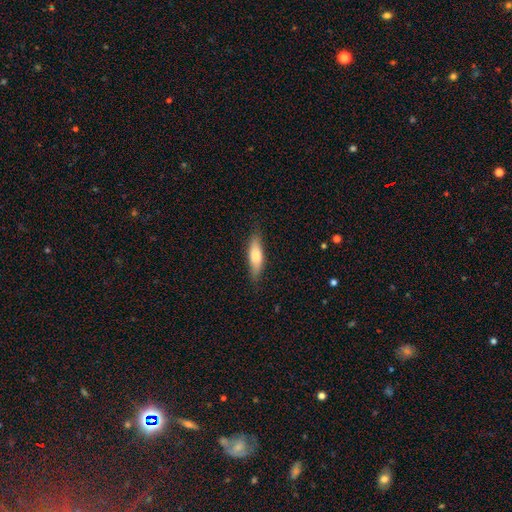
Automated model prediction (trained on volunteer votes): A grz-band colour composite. It shows a smooth galaxy with no disk features (70%) that is cigar-shaped (54%). Merging: none (82%).